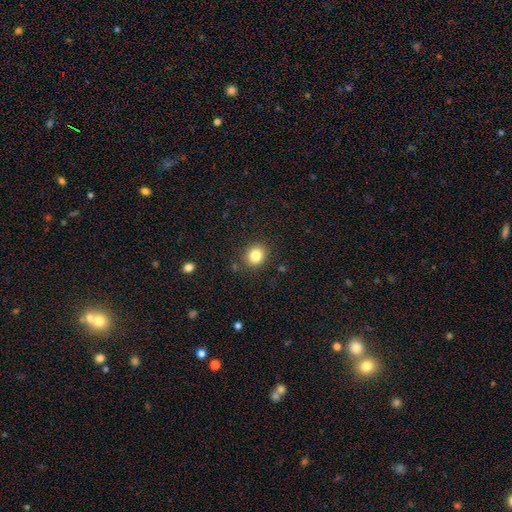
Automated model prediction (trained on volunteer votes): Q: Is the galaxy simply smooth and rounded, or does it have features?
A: smooth — 83%.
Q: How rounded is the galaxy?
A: round — 75%.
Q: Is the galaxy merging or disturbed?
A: none — 87%.